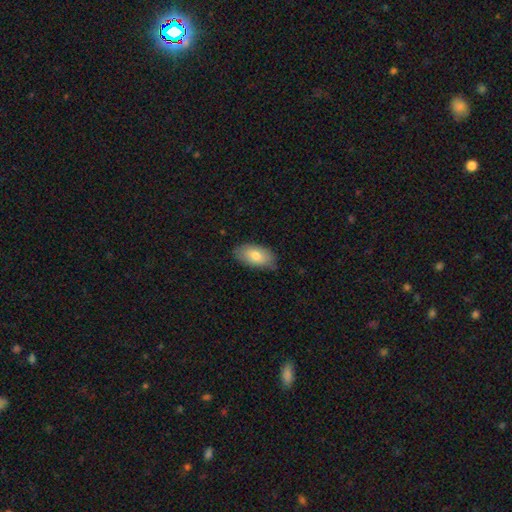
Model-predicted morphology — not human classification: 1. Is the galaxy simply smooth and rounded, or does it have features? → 76% smooth, 18% featured or disk, 6% star or artifact.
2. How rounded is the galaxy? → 93% in between, 4% round, 3% cigar-shaped.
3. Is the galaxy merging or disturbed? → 79% none, 17% minor disturbance, 3% major disturbance, 1% merger.